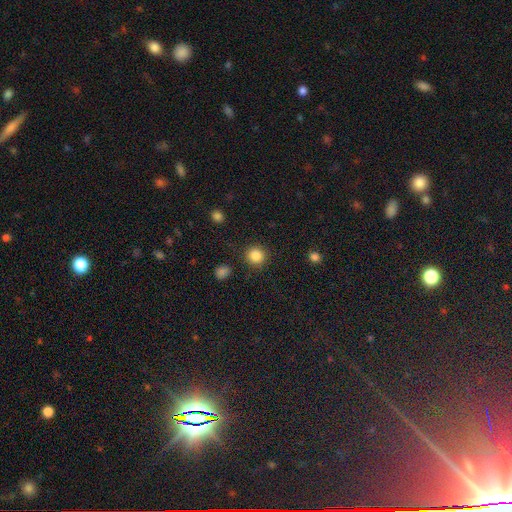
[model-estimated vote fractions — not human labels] The model was most divided on "smooth or featured": smooth: 85%, star or artifact: 10%, featured or disk: 4%. More confident: how rounded — round (93%); merging — none (89%).